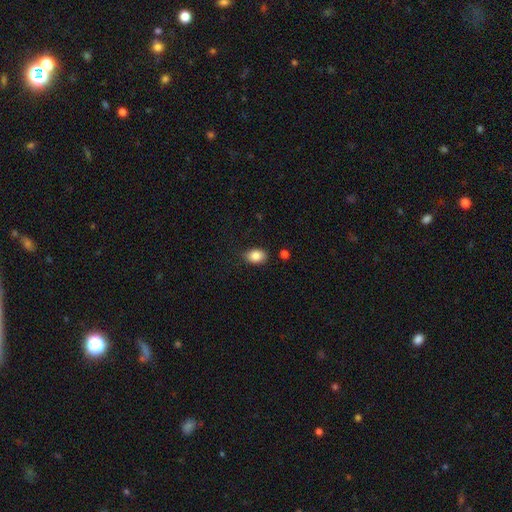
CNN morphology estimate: smooth 86%, star or artifact 8%, featured or disk 6%. Down the decision tree: how rounded — in between (75%); merging — none (80%).